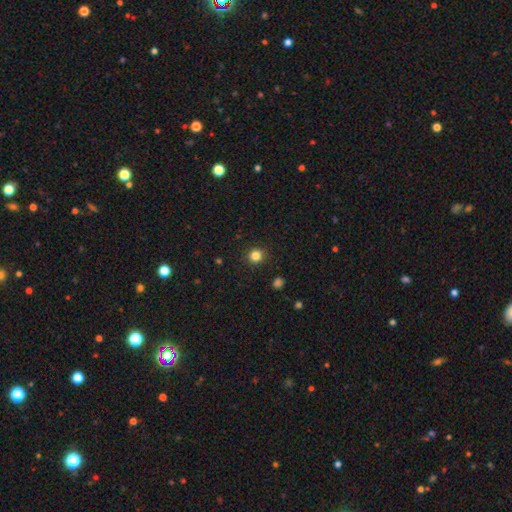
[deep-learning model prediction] A smooth galaxy with no disk features (83%) that is round (91%). Merging: none (91%).